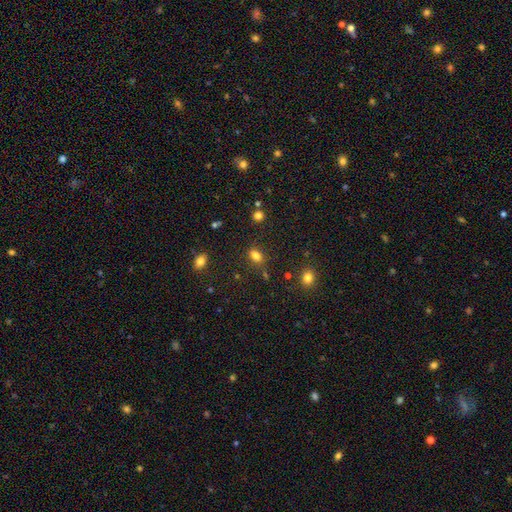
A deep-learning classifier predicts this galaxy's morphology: smooth-or-featured: smooth: 79% | star or artifact: 14% | featured or disk: 7%
  how-rounded: in between: 80% | round: 16% | cigar-shaped: 4%
  merging: none: 74% | minor disturbance: 15% | merger: 6% | major disturbance: 5%